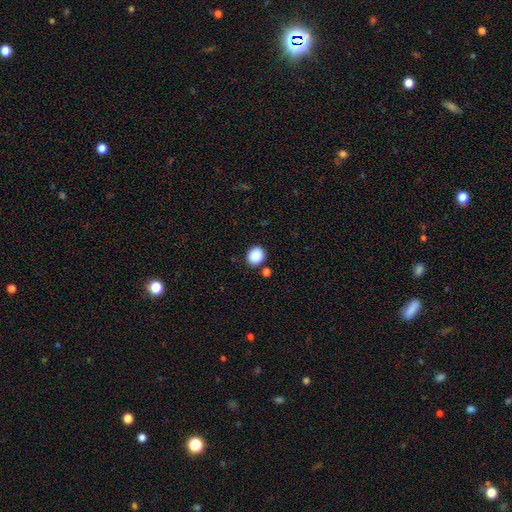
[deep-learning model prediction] This appears to be a smooth galaxy with no disk features (89%) that is round (76%). Merging: none (85%).